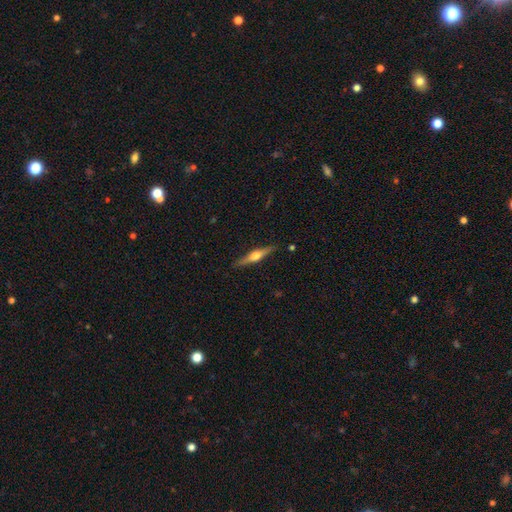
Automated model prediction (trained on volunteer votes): Overall: featured or disk (72%). Edge-on disk: yes (98%). Edge-on bulge: rounded (92%). Merging: none (89%).